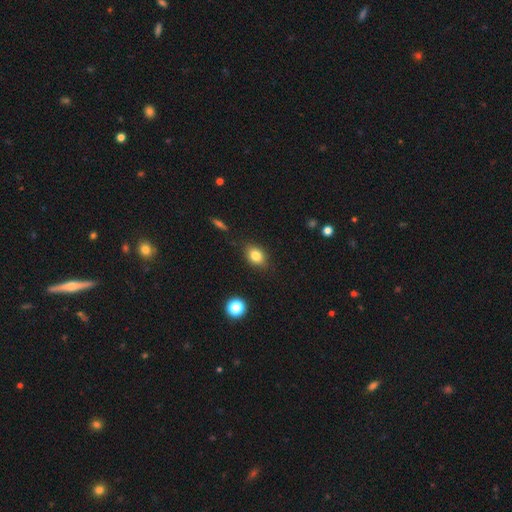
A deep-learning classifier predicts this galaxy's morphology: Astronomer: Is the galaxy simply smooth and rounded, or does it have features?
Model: smooth — 82%.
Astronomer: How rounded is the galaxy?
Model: in between — 69%.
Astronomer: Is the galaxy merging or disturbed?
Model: none — 85%.